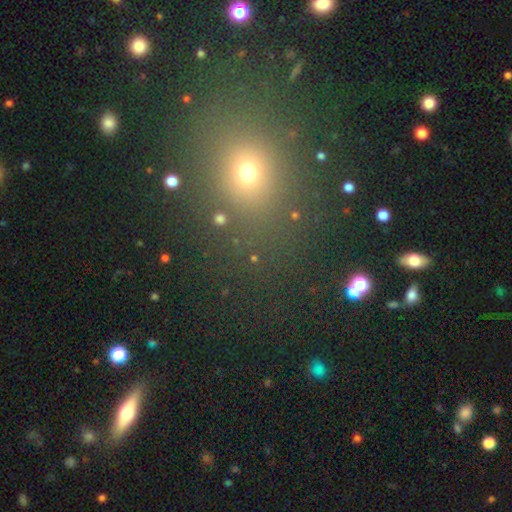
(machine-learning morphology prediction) This is possibly a smooth galaxy (50%). How rounded: likely round (68%). Merging: clearly none (85%).